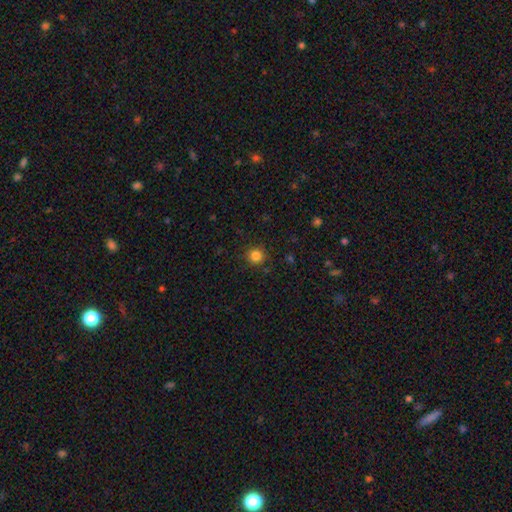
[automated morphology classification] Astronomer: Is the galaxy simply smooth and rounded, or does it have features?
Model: smooth — 83%.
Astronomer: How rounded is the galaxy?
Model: round — 94%.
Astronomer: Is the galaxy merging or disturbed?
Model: none — 89%.